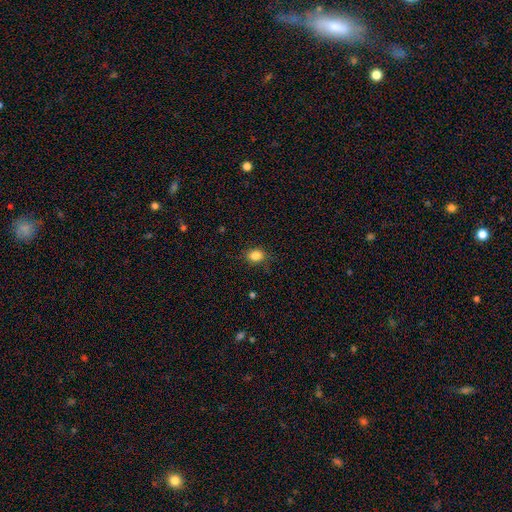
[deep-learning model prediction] Smooth or featured?
  - smooth: 85% *
  - star or artifact: 10%
  - featured or disk: 5%
How rounded?
  - in between: 51% *
  - round: 48%
  - cigar-shaped: 1%
Merging?
  - none: 83% *
  - minor disturbance: 13%
  - major disturbance: 3%
  - merger: 1%